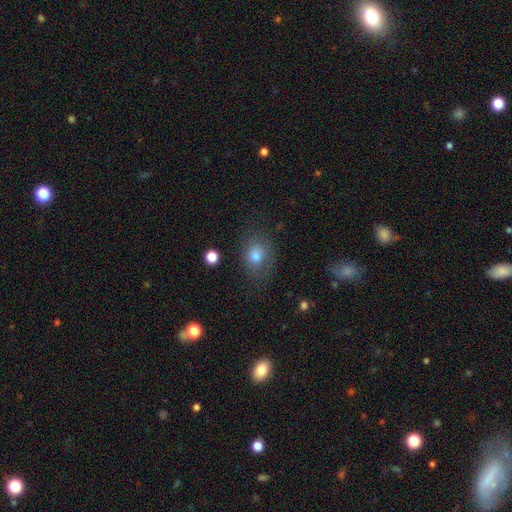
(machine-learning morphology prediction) Smooth or featured? Predicted: smooth (p=0.75). How rounded? Predicted: in between (p=0.56). Merging? Predicted: none (p=0.68).